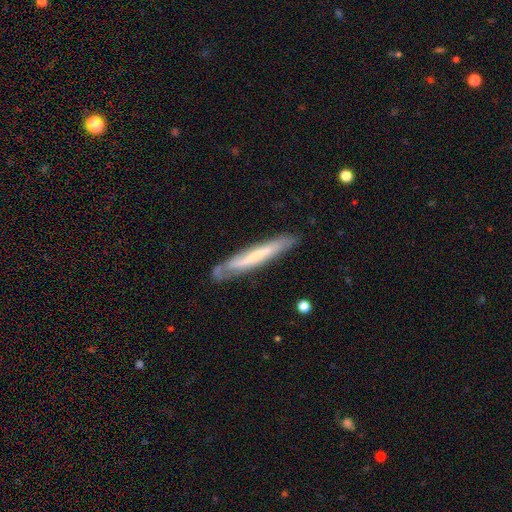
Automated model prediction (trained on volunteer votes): Morphology: type=featured or disk (56%); edge-on=yes (71%); merging=none (71%).